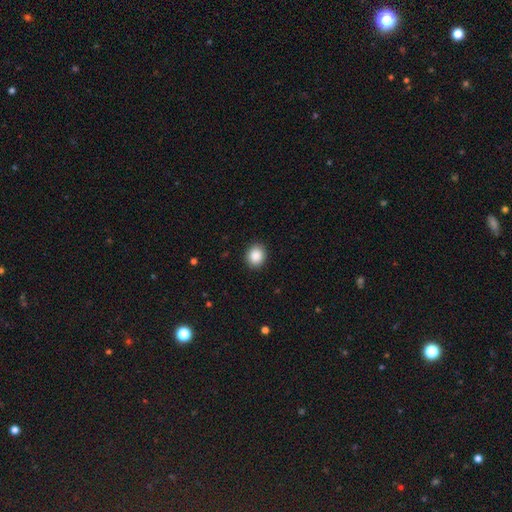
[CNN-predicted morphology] This is clearly a smooth galaxy (88%). How rounded: likely round (70%). Merging: clearly none (90%).